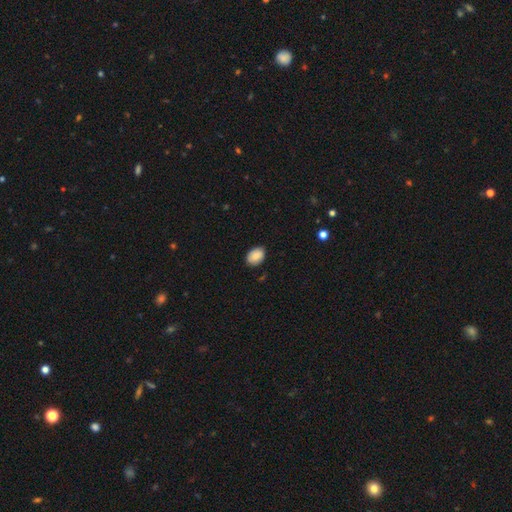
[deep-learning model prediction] smooth_or_featured: smooth (p=0.88) [alt: star or artifact p=0.07]
how_rounded: in between (p=0.79) [alt: round p=0.20]
merging: none (p=0.86) [alt: minor disturbance p=0.11]